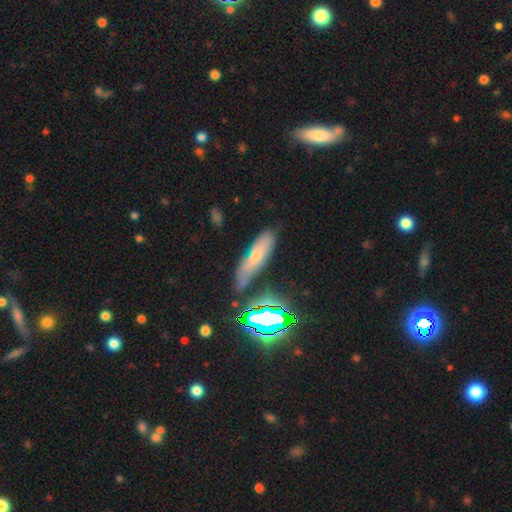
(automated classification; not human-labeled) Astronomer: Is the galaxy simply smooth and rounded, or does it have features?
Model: smooth — 55%.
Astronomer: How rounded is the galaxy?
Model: cigar-shaped — 54% (runner-up: in between, 42%).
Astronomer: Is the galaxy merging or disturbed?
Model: none — 62%.